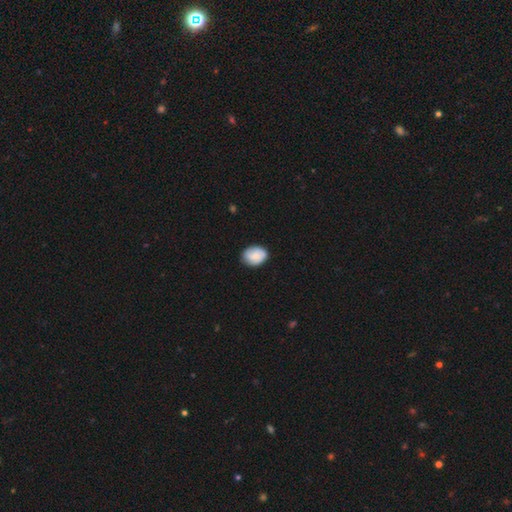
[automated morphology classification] Overall: smooth (77%). How rounded: in between (66%; round 33%). Merging: none (81%).